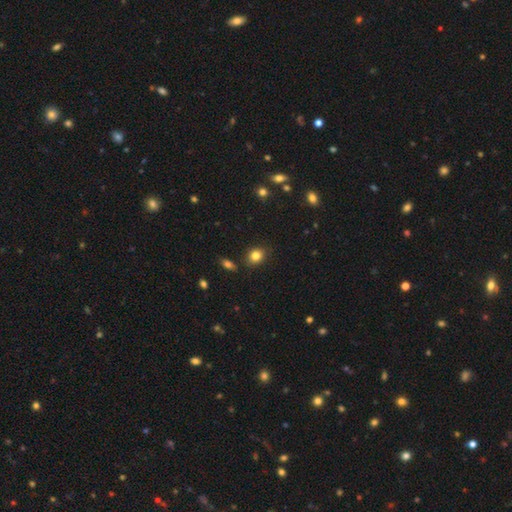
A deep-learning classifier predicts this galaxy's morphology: Overall: smooth (82%). How rounded: round (61%; in between 38%). Merging: none (84%).